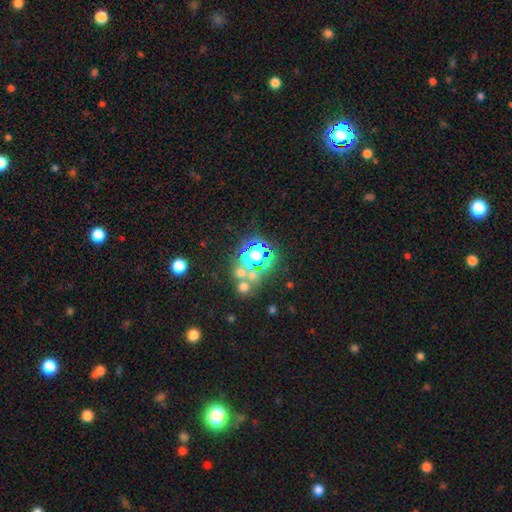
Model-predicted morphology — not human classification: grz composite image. It shows a star or artifact, not a galaxy (46%).